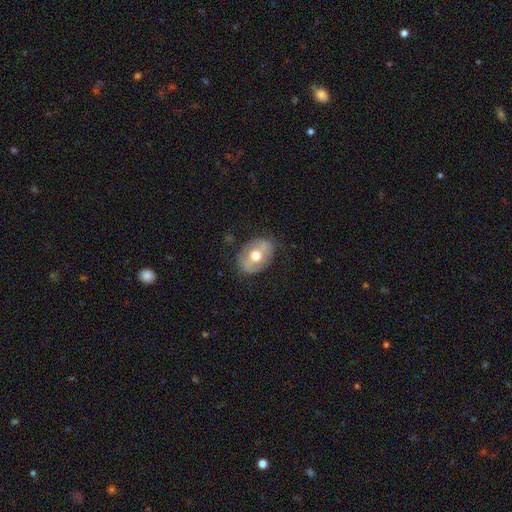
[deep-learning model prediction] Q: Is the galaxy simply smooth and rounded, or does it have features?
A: smooth — 49%.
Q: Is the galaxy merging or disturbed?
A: none — 75%.